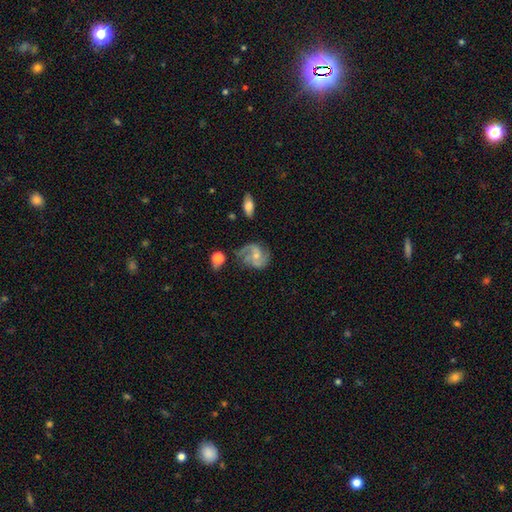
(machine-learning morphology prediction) Smooth or featured: featured or disk — 77% (smooth — 16%)
Edge-on disk: no — 98% (yes — 2%)
Bar: no — 61% (weak — 32%)
Spiral arms: yes — 94% (no — 6%)
Spiral winding: medium — 48% (loose — 31%)
Spiral arm count: 2 — 59% (3 — 21%)
Bulge size: small — 60% (moderate — 34%)
Merging: none — 58% (minor disturbance — 25%)